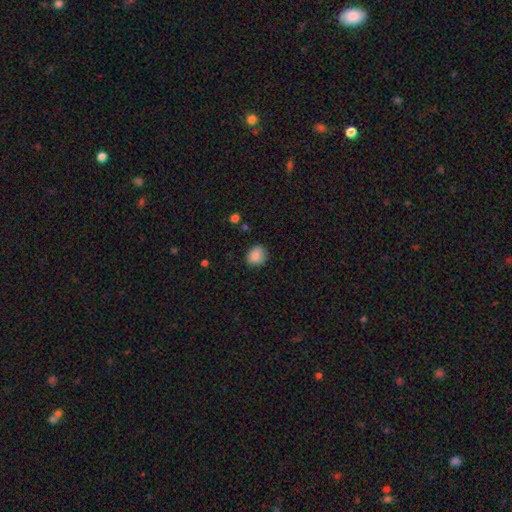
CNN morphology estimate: This appears to be a smooth galaxy with no disk features (87%) that is round (72%). Merging: none (84%).